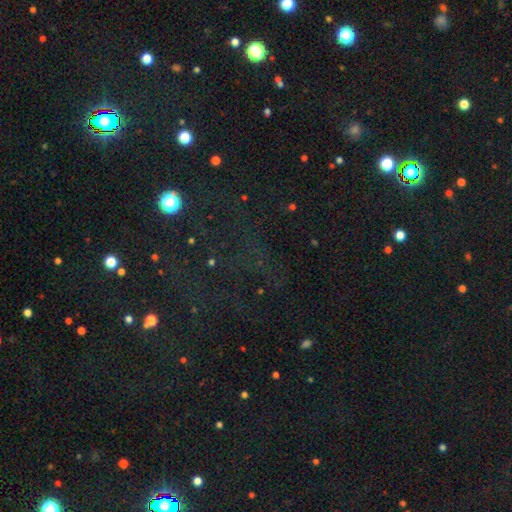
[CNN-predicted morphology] The model was most divided on "smooth or featured": star or artifact: 75%, smooth: 17%, featured or disk: 8%.